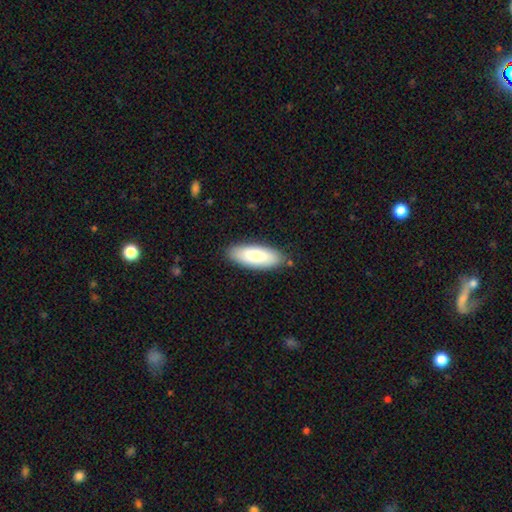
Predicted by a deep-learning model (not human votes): The model was most divided on "how rounded": in between: 75%, cigar-shaped: 23%, round: 2%. More confident: merging — none (85%); smooth or featured — smooth (81%).